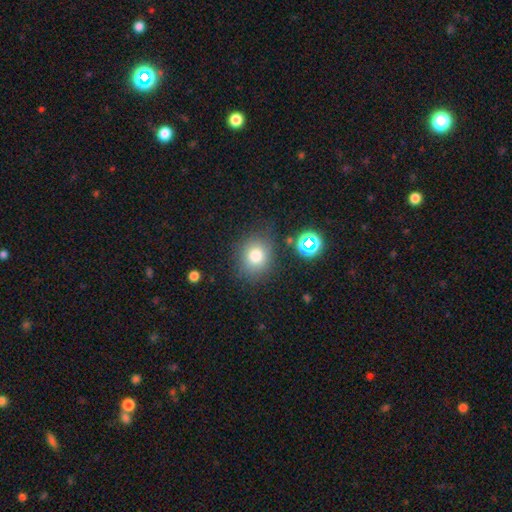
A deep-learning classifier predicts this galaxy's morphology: Smooth or featured? smooth (77%)
How rounded? round (74%)
Merging? none (77%)